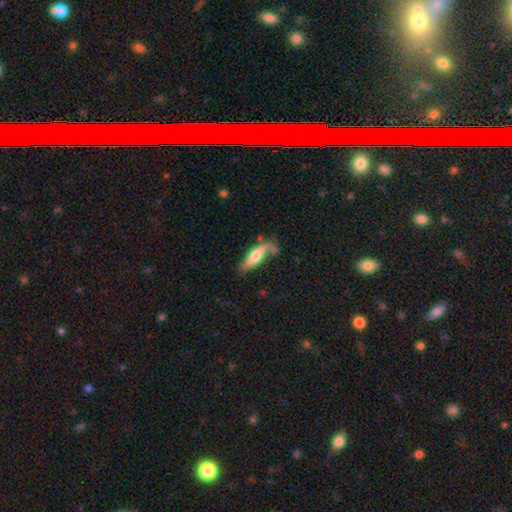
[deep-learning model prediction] Smooth or featured? Predicted: smooth (p=0.54). How rounded? Predicted: cigar-shaped (p=0.63). Merging? Predicted: none (p=0.56).